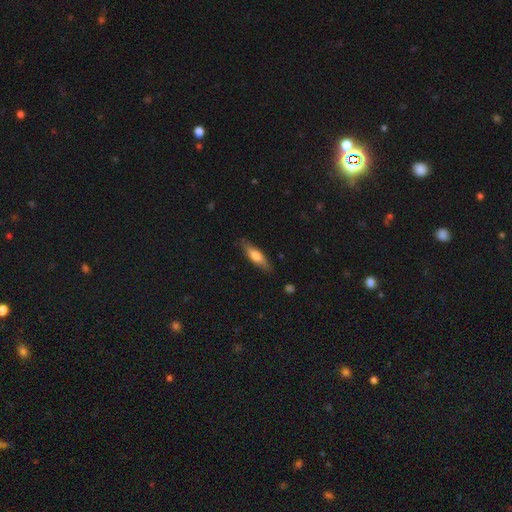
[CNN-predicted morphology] A smooth galaxy with no disk features (61%) that is cigar-shaped (64%). Merging: none (83%).